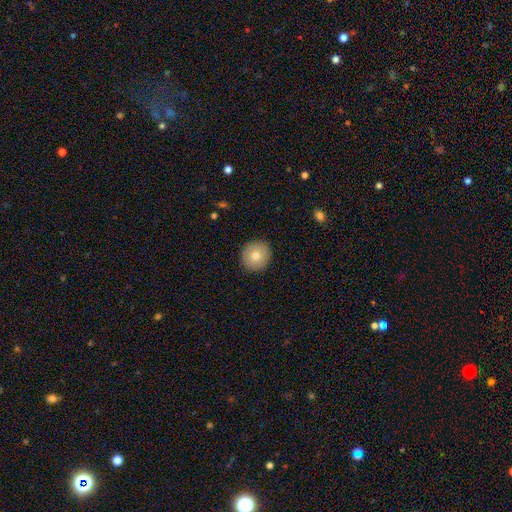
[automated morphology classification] This is likely a smooth galaxy (76%). How rounded: clearly round (90%). Merging: clearly none (91%).